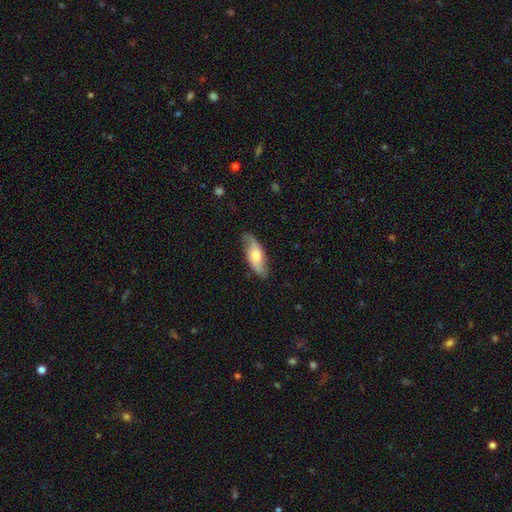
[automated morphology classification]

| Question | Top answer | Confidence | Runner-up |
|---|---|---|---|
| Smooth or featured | smooth | 51% | featured or disk (44%) |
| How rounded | in between | 74% | cigar-shaped (24%) |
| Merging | none | 79% | minor disturbance (17%) |